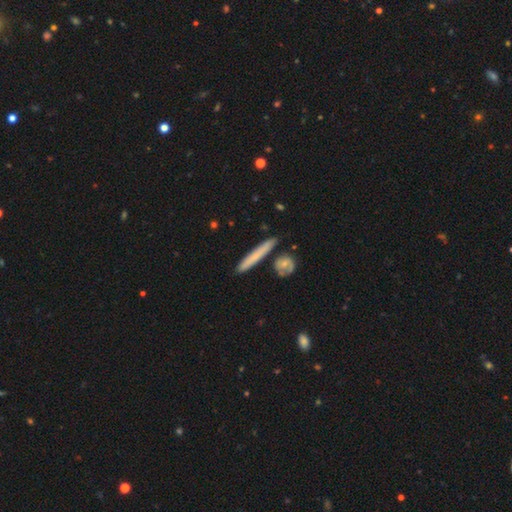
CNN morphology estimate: Q: Smooth or featured?
A: smooth (64%); runner-up: featured or disk (29%)
Q: How rounded?
A: cigar-shaped (94%); runner-up: in between (4%)
Q: Merging?
A: none (82%); runner-up: minor disturbance (10%)